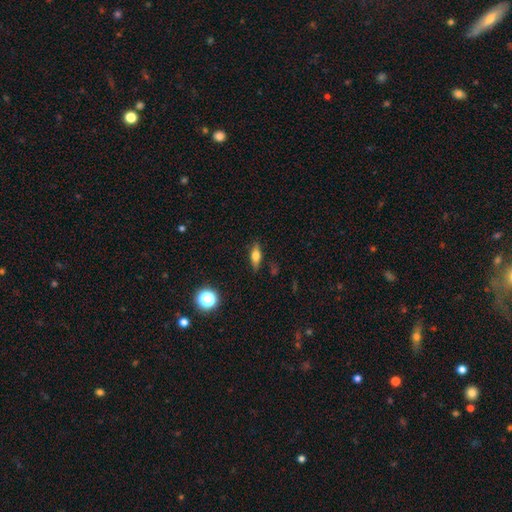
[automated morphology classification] This is possibly a smooth galaxy (57%). How rounded: possibly in between (54%). Merging: clearly none (83%).